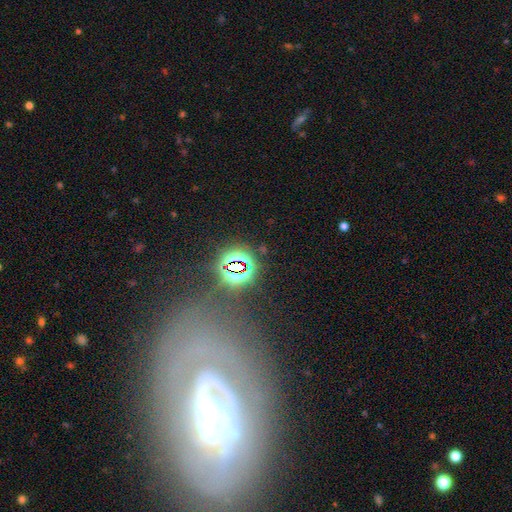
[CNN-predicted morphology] A featured or disk galaxy (74%) with no bar (54%), tight (72%) spiral arms (73%) and a small central bulge (52%).

Vote fractions:
- Smooth or featured? featured or disk: 74% / smooth: 14% / star or artifact: 12%
- Edge-on disk? no: 93% / yes: 7%
- Bar? no: 54% / weak: 28% / strong: 18%
- Spiral arms? yes: 73% / no: 27%
- Spiral winding? tight: 72% / medium: 20% / loose: 8%
- Spiral arm count? can't tell: 45% / 2: 24% / 3: 10% / 1: 8% / 4: 7% / more than 4: 7%
- Bulge size? small: 52% / moderate: 31% / large: 9% / none: 5% / dominant: 3%
- Merging? none: 72% / minor disturbance: 15% / major disturbance: 9% / merger: 4%